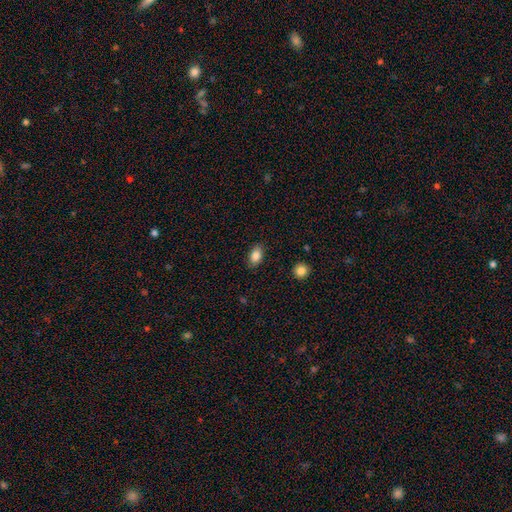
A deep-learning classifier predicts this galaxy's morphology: type=smooth (86%); roundness=in between (87%); merging=none (86%).